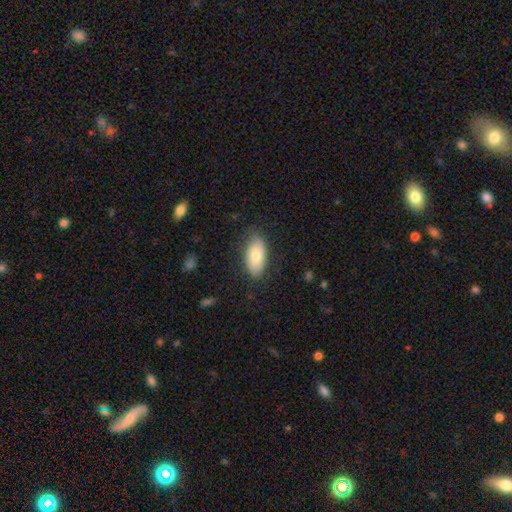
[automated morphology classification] A smooth galaxy with no disk features (77%) that is in between round and cigar-shaped (90%).

Vote fractions:
- Smooth or featured? smooth: 77% / featured or disk: 16% / star or artifact: 6%
- How rounded? in between: 90% / cigar-shaped: 7% / round: 3%
- Merging? none: 81% / minor disturbance: 15% / major disturbance: 3% / merger: 1%